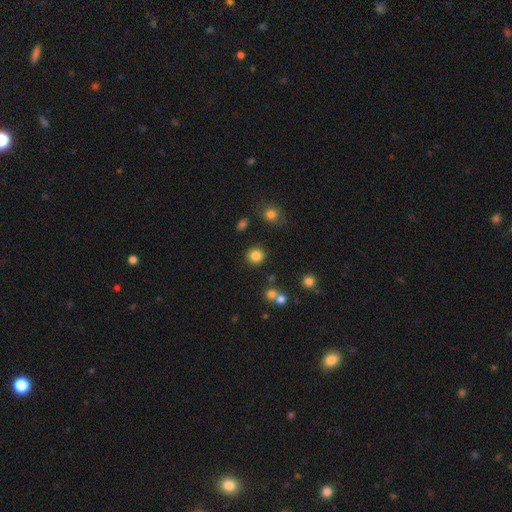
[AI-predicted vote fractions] Smooth or featured: smooth — 83% (star or artifact — 12%)
How rounded: round — 92% (in between — 7%)
Merging: none — 87% (minor disturbance — 6%)